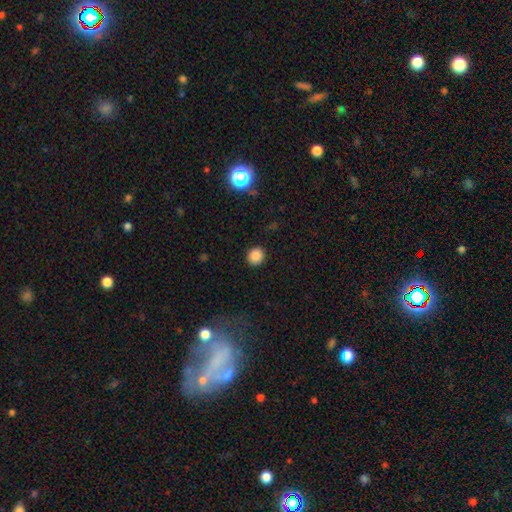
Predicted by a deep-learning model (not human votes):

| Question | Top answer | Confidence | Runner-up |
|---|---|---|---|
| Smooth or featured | smooth | 86% | star or artifact (11%) |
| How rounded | round | 87% | in between (12%) |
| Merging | none | 91% | minor disturbance (6%) |